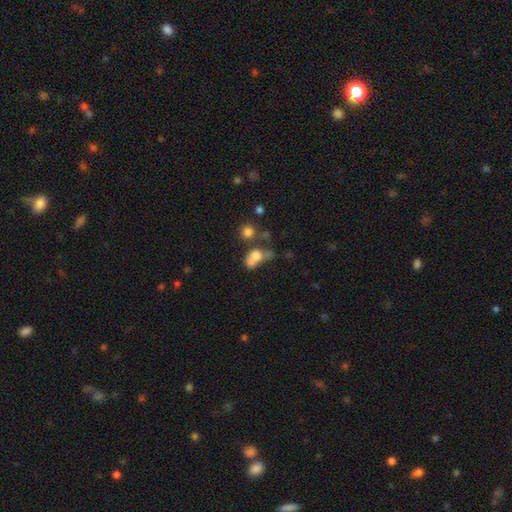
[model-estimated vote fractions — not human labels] Smooth or featured: smooth — 66% (featured or disk — 22%)
How rounded: in between — 52% (round — 46%)
Merging: merger — 53% (none — 21%)